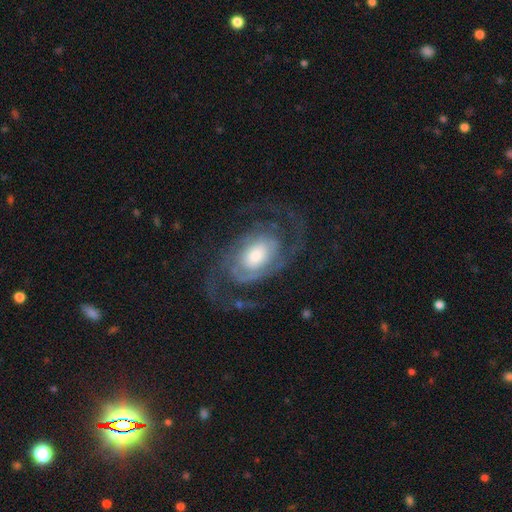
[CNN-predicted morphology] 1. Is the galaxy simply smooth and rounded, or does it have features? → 89% featured or disk, 7% smooth, 5% star or artifact.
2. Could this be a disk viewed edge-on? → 97% no, 3% yes.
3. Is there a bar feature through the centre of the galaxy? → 63% no, 28% weak, 9% strong.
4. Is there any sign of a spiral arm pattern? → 96% yes, 4% no.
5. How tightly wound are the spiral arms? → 44% tight, 43% medium, 13% loose.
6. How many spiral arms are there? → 71% 2, 9% can't tell, 9% 3, 4% 1, 3% 4, 3% more than 4.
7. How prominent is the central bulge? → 52% moderate, 29% large, 14% small, 3% dominant, 2% none.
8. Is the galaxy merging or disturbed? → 72% none, 14% minor disturbance, 12% major disturbance, 1% merger.